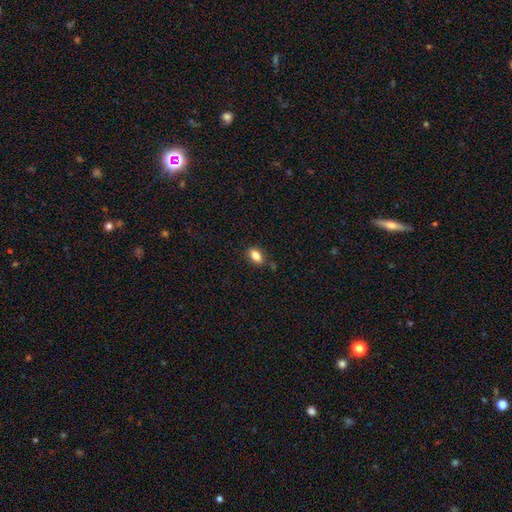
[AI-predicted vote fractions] Smooth or featured? Predicted: smooth (p=0.81). How rounded? Predicted: in between (p=0.87). Merging? Predicted: none (p=0.77).